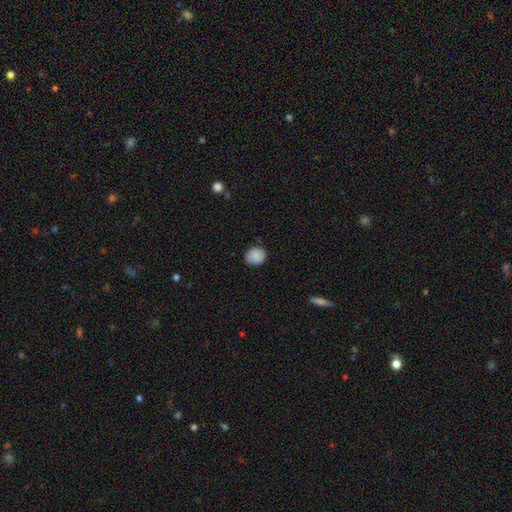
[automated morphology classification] A smooth galaxy with no disk features (84%) that is round (70%). Merging: none (79%).